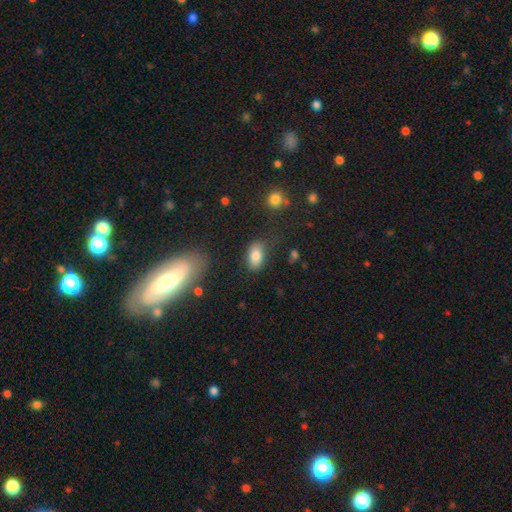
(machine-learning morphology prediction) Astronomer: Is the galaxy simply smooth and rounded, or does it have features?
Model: smooth — 82%.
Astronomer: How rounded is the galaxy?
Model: in between — 91%.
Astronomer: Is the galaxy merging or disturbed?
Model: none — 71%.